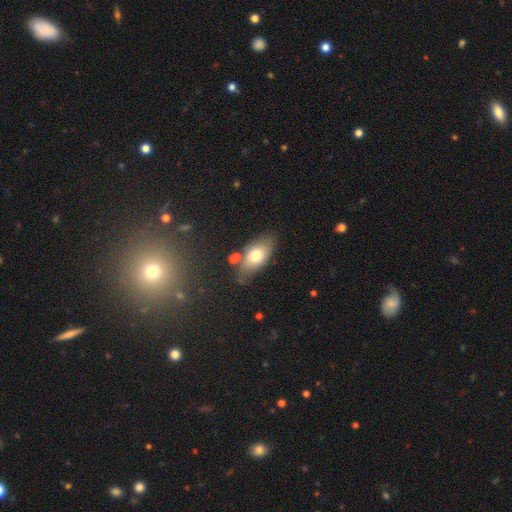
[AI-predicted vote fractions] smooth_or_featured: smooth (p=0.72) [alt: featured or disk p=0.20]
how_rounded: in between (p=0.89) [alt: round p=0.07]
merging: none (p=0.68) [alt: minor disturbance p=0.18]